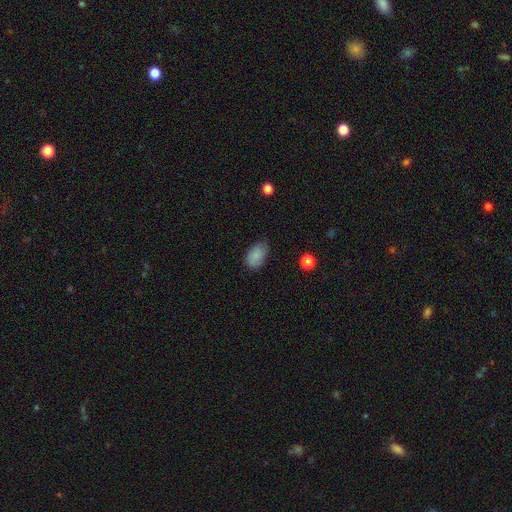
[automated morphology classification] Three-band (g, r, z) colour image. It shows a smooth galaxy with no disk features (84%) that is in between round and cigar-shaped (89%). Merging: none (70%).